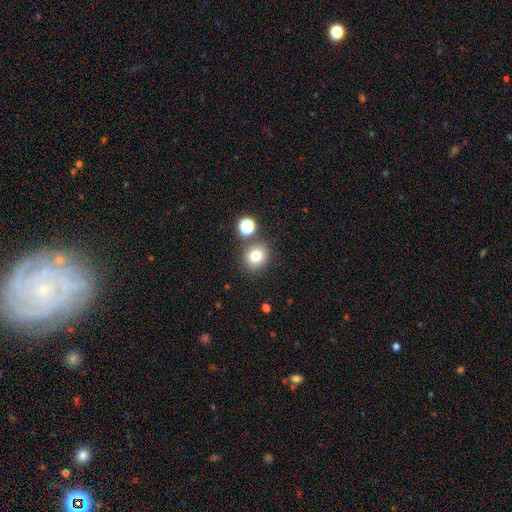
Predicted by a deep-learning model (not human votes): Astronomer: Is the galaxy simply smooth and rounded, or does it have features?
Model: smooth — 77%.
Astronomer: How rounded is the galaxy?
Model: round — 81%.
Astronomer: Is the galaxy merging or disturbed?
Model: none — 79%.